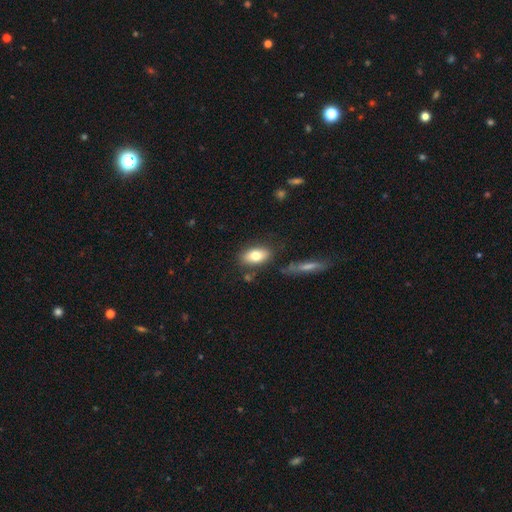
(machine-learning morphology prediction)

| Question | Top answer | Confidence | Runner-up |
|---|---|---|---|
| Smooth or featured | smooth | 77% | featured or disk (16%) |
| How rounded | in between | 89% | round (6%) |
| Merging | none | 77% | minor disturbance (13%) |